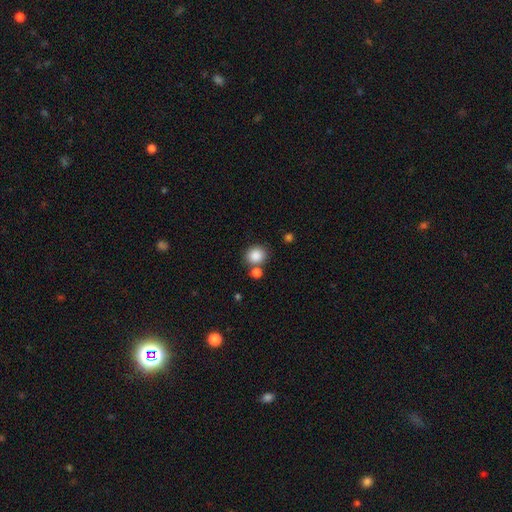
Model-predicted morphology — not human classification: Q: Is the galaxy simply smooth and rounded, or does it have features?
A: smooth — 86%.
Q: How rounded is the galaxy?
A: round — 78%.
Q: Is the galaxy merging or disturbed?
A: none — 69%.